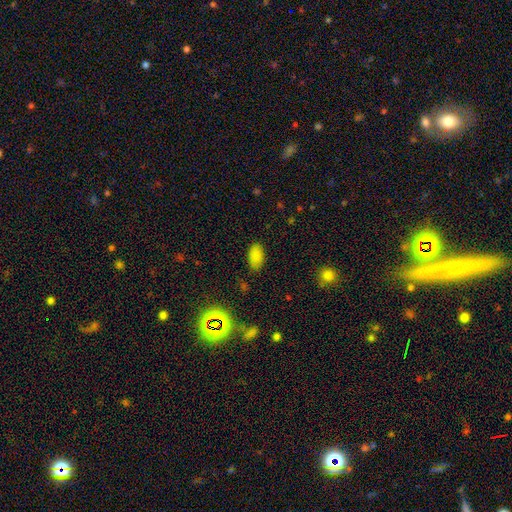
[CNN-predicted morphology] type=smooth (82%); roundness=in between (94%); merging=none (82%).